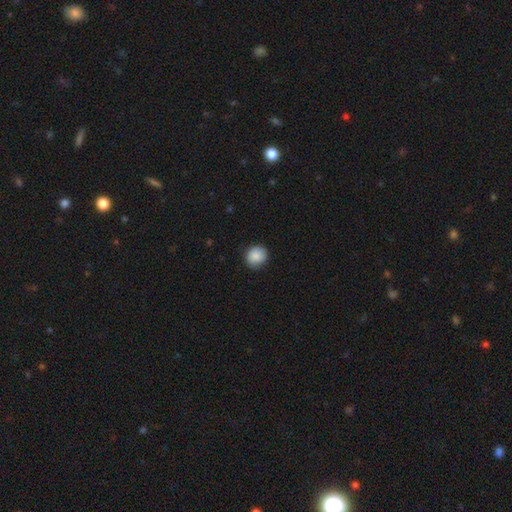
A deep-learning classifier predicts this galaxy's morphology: Smooth or featured? smooth (88%)
How rounded? round (83%)
Merging? none (83%)